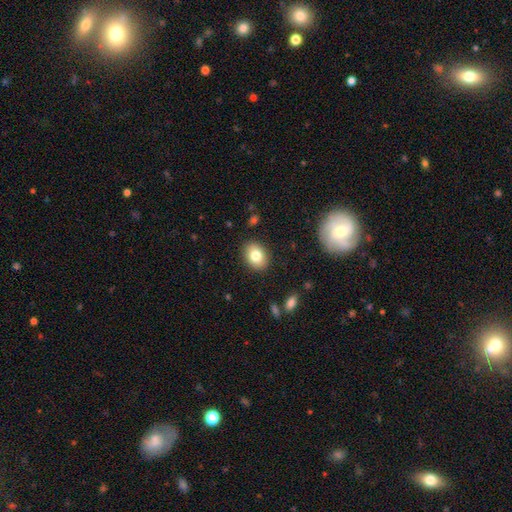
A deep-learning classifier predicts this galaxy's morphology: This is likely a smooth galaxy (80%). How rounded: likely in between (66%). Merging: clearly none (88%).